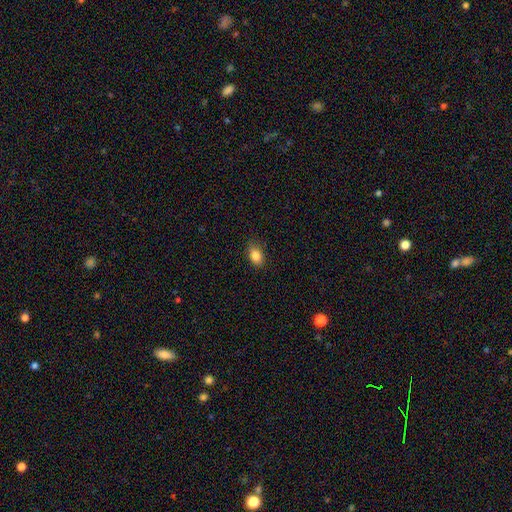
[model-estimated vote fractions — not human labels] smooth_or_featured: smooth (p=0.85) [alt: star or artifact p=0.09]
how_rounded: in between (p=0.83) [alt: round p=0.15]
merging: none (p=0.82) [alt: minor disturbance p=0.14]